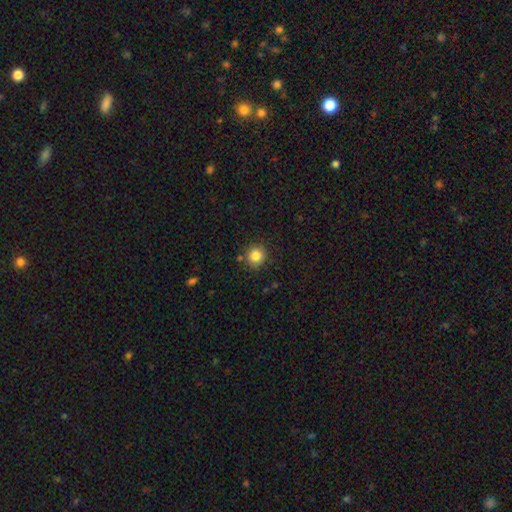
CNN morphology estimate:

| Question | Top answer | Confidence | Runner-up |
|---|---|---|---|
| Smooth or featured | smooth | 84% | star or artifact (11%) |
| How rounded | round | 92% | in between (7%) |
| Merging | none | 87% | minor disturbance (8%) |